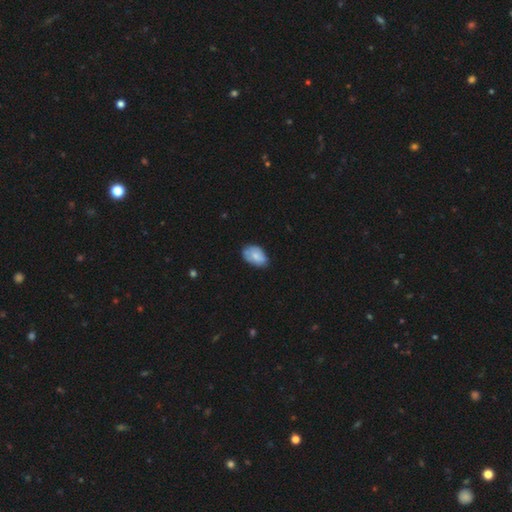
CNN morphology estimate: Smooth or featured? smooth (71%)
How rounded? in between (88%)
Merging? none (63%)